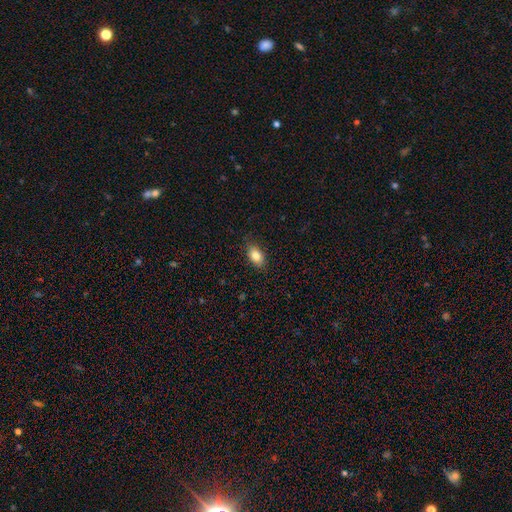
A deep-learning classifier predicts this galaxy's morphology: Q: Smooth or featured?
A: smooth (84%); runner-up: featured or disk (8%)
Q: How rounded?
A: in between (88%); runner-up: round (9%)
Q: Merging?
A: none (84%); runner-up: minor disturbance (12%)